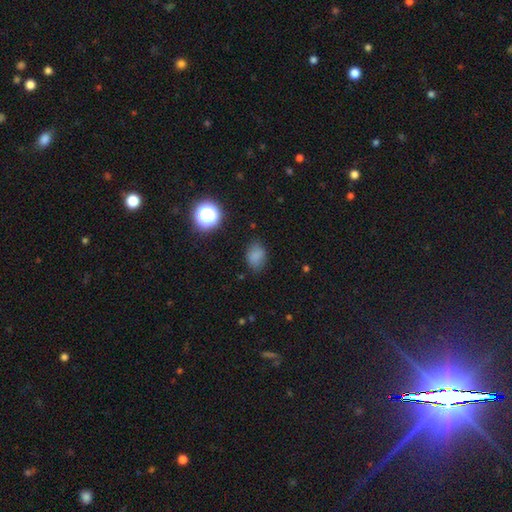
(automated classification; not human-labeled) This is likely a smooth galaxy (79%). How rounded: likely in between (71%). Merging: likely none (74%).